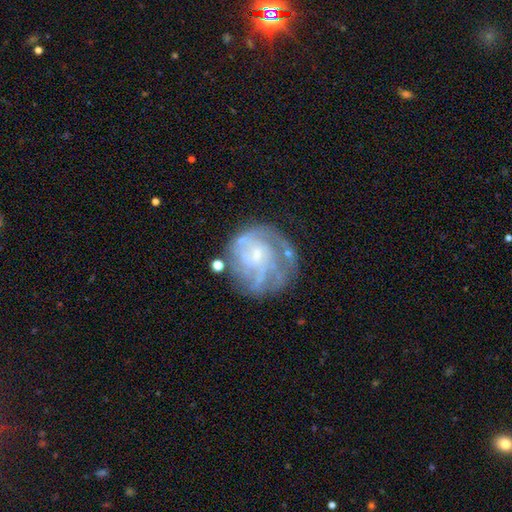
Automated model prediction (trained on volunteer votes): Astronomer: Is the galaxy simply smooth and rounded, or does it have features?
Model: featured or disk — 77%.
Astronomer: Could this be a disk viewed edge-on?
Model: no — 98%.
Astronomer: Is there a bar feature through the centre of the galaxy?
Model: no — 66%.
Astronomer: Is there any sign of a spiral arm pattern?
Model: yes — 85%.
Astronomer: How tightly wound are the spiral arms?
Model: tight — 55% (runner-up: medium, 32%).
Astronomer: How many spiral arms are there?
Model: can't tell — 40% (runner-up: 3, 20%).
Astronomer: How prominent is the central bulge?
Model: small — 62%.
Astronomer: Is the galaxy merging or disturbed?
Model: none — 58%.